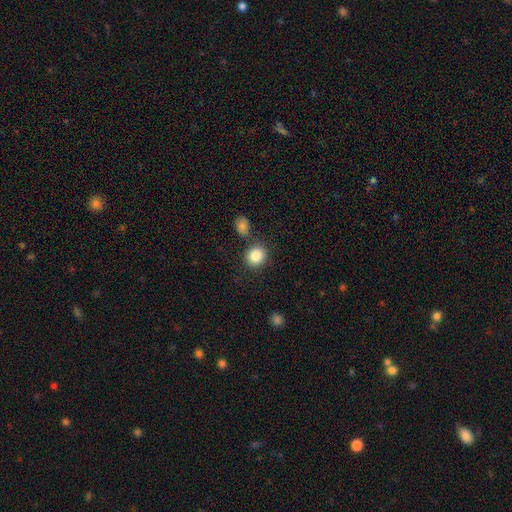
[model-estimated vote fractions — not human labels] Smooth or featured: smooth — 85% (star or artifact — 9%)
How rounded: round — 84% (in between — 15%)
Merging: none — 78% (minor disturbance — 10%)